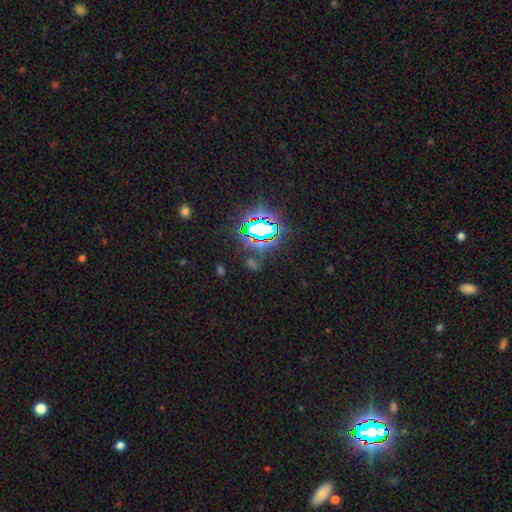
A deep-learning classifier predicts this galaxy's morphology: Q: Smooth or featured?
A: star or artifact (80%); runner-up: smooth (13%)